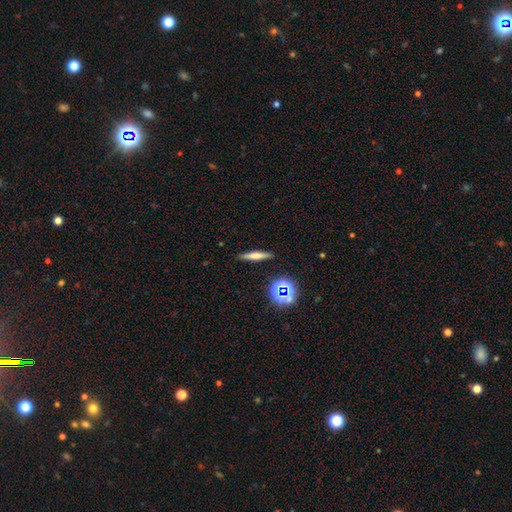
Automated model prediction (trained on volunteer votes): The model was most divided on "smooth or featured": smooth: 57%, featured or disk: 30%, star or artifact: 14%. More confident: merging — none (89%); how rounded — cigar-shaped (86%).